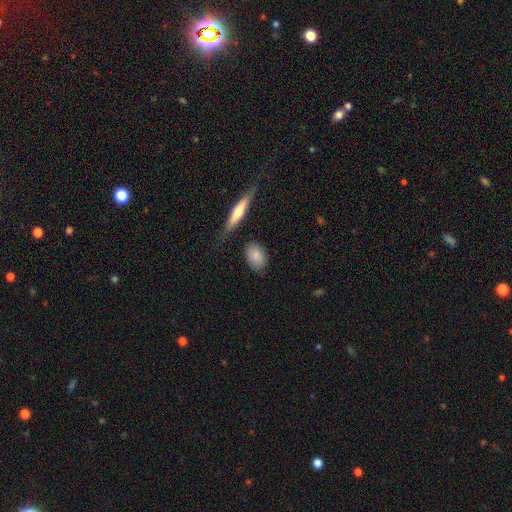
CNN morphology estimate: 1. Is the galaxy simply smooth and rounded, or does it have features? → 84% smooth, 9% featured or disk, 6% star or artifact.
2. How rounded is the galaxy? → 86% in between, 9% round, 5% cigar-shaped.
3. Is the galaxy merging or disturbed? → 78% none, 14% minor disturbance, 4% merger, 4% major disturbance.